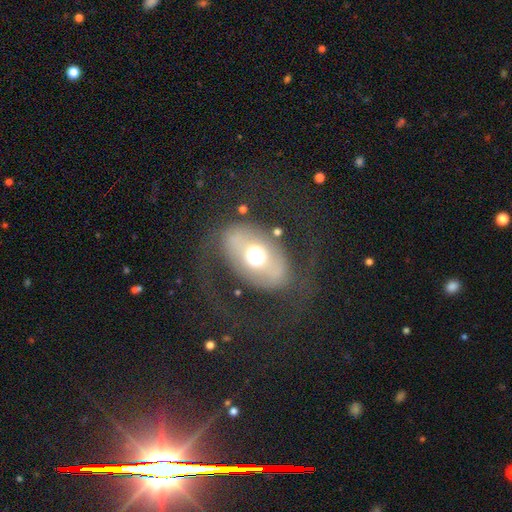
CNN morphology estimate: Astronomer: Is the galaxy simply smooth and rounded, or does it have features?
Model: featured or disk — 47% (runner-up: smooth, 42%).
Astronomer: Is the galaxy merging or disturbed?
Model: none — 56%.